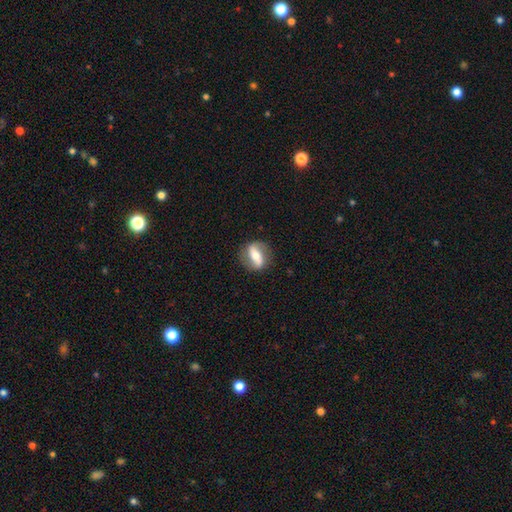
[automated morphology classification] Overall: featured or disk (68%). Edge-on disk: no (89%). Bar: strong (62%; weak 22%). Spiral arms: yes (76%). Bulge size: moderate (59%; small 25%). Merging: none (82%).